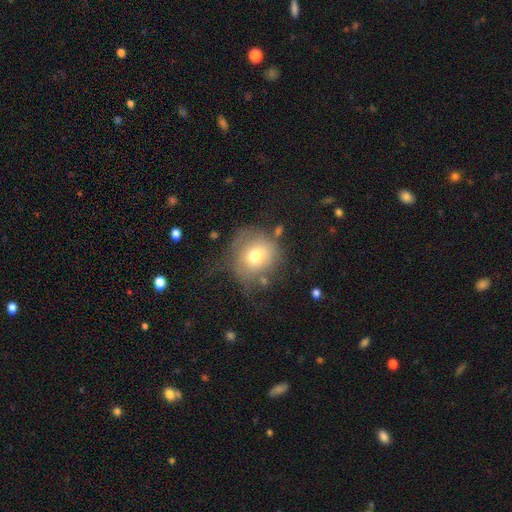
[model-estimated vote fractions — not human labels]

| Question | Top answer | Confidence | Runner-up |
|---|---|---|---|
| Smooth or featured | smooth | 67% | featured or disk (22%) |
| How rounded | round | 86% | in between (13%) |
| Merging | none | 47% | major disturbance (24%) |